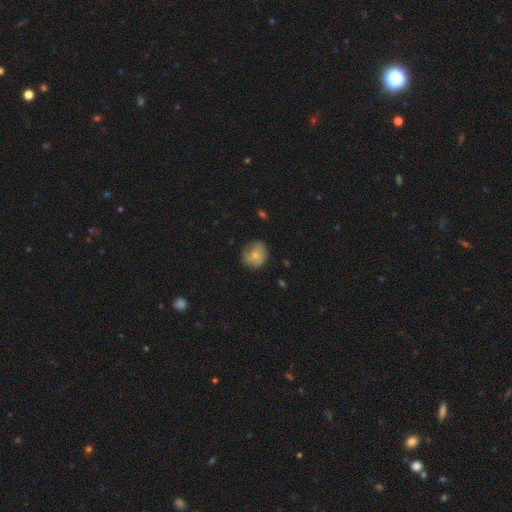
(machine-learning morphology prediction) smooth-or-featured: smooth: 56% | featured or disk: 36% | star or artifact: 8%
  how-rounded: round: 71% | in between: 28% | cigar-shaped: 1%
  merging: none: 60% | minor disturbance: 28% | major disturbance: 11% | merger: 1%